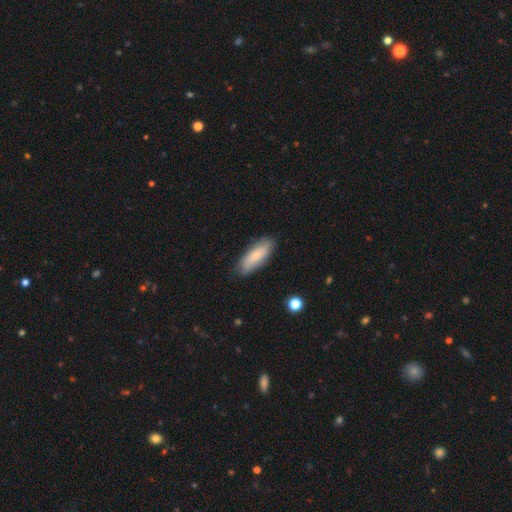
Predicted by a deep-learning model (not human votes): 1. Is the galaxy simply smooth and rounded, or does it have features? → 76% smooth, 18% featured or disk, 6% star or artifact.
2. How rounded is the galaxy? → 63% in between, 35% cigar-shaped, 2% round.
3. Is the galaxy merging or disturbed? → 83% none, 13% minor disturbance, 2% major disturbance, 1% merger.